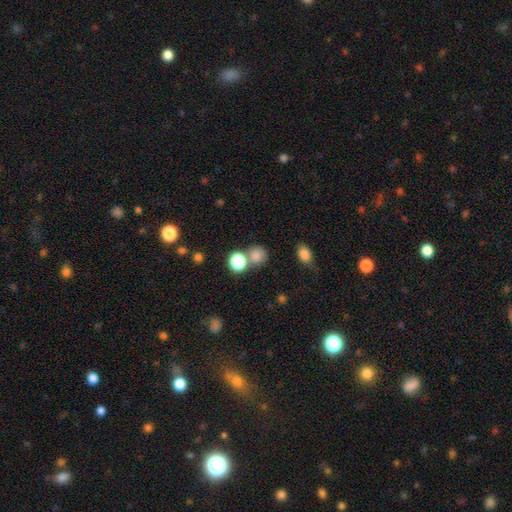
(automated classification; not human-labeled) Morphology: type=smooth (77%); roundness=round (84%); merging=none (62%).